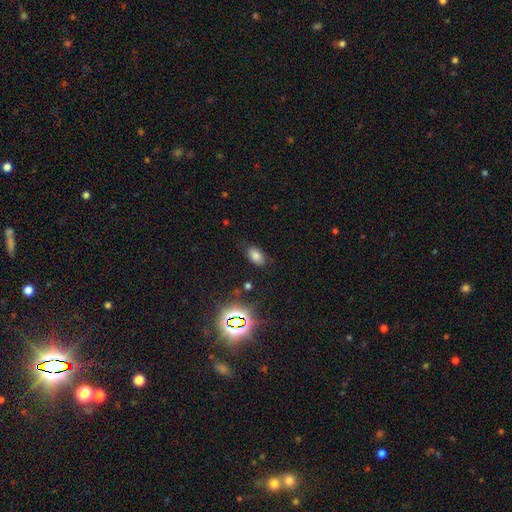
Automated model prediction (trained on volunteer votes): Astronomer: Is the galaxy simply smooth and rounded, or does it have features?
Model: smooth — 73%.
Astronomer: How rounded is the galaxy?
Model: in between — 91%.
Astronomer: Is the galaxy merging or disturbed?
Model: none — 83%.